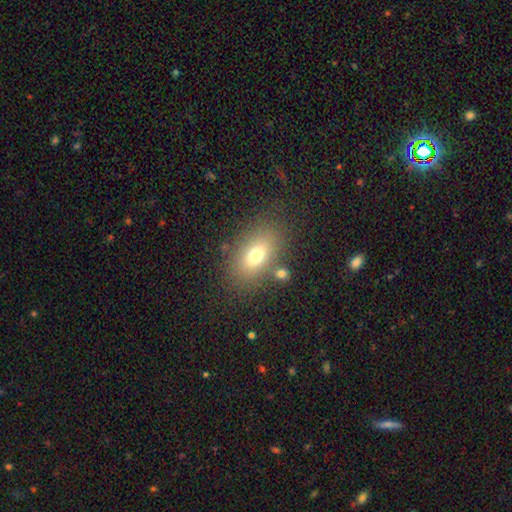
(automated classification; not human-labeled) Smooth or featured: smooth — 71% (featured or disk — 17%)
How rounded: in between — 84% (round — 12%)
Merging: none — 77% (minor disturbance — 12%)